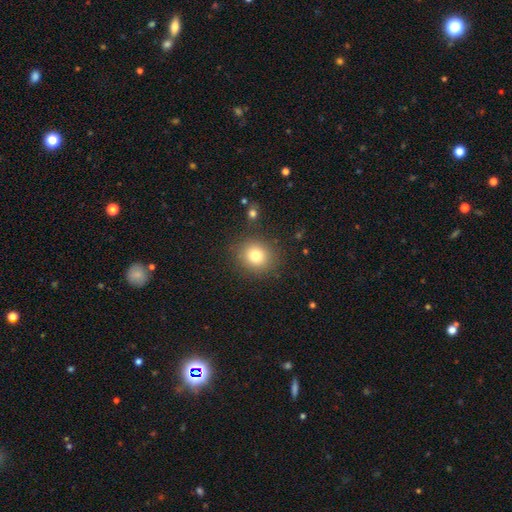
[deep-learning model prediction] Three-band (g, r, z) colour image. It shows a smooth galaxy with no disk features (78%) that is round (81%). Merging: none (86%).